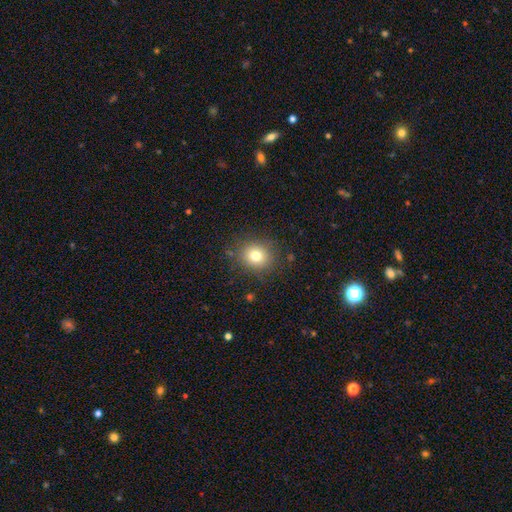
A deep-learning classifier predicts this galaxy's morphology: type=smooth (78%); roundness=round (79%); merging=none (85%).